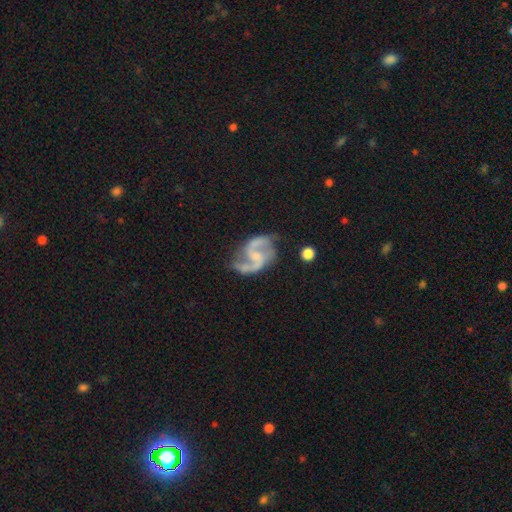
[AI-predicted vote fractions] This appears to be a featured or disk galaxy (91%) with a weak bar (47%), 2 (94%) medium (51%) spiral arms (97%) and a small central bulge (41%). Merging: none (69%).